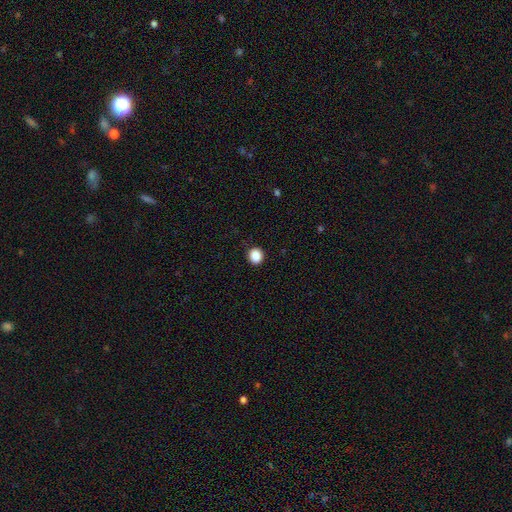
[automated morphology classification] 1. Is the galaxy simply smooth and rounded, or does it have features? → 88% smooth, 9% star or artifact, 2% featured or disk.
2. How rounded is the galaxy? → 84% round, 15% in between, 1% cigar-shaped.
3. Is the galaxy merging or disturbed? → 91% none, 6% minor disturbance, 2% major disturbance, 1% merger.